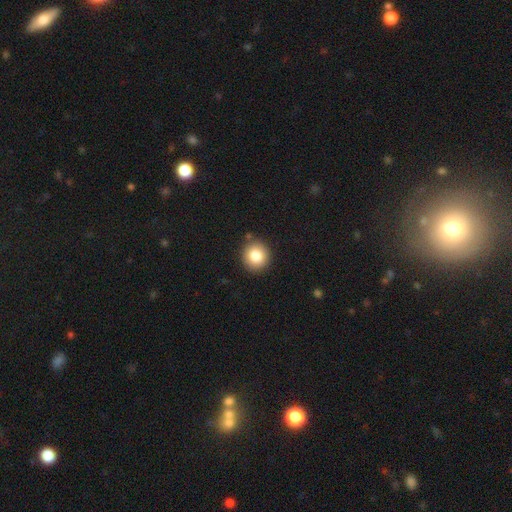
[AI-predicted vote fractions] Morphology: type=smooth (83%); roundness=round (90%); merging=none (88%).